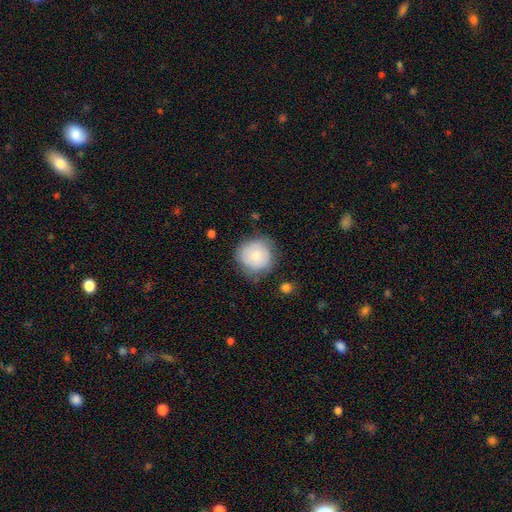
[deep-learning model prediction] This is likely a smooth galaxy (72%). How rounded: clearly round (90%). Merging: likely none (69%).